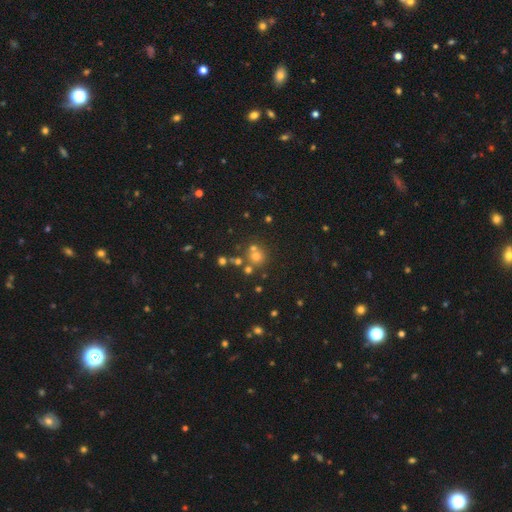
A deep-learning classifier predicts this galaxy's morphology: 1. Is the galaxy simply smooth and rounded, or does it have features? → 57% smooth, 30% star or artifact, 13% featured or disk.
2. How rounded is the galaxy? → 88% round, 11% in between, 1% cigar-shaped.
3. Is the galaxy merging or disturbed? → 60% none, 27% merger, 8% minor disturbance, 4% major disturbance.